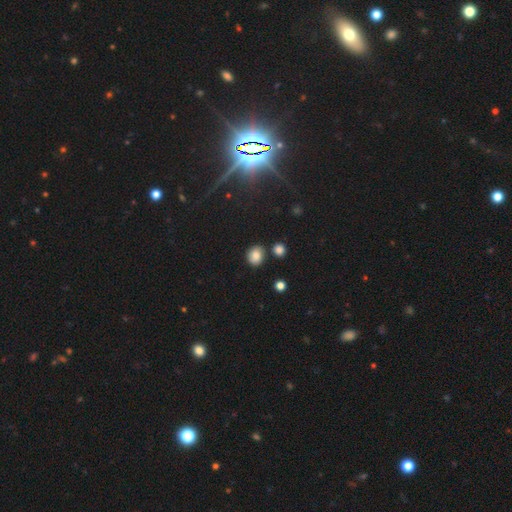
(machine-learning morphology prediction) Overall: smooth (82%). How rounded: round (64%; in between 35%). Merging: none (78%).